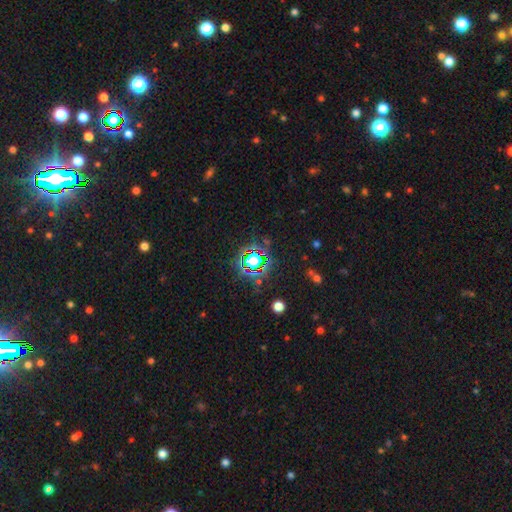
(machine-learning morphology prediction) smooth_or_featured: star or artifact (p=0.78) [alt: smooth p=0.14]